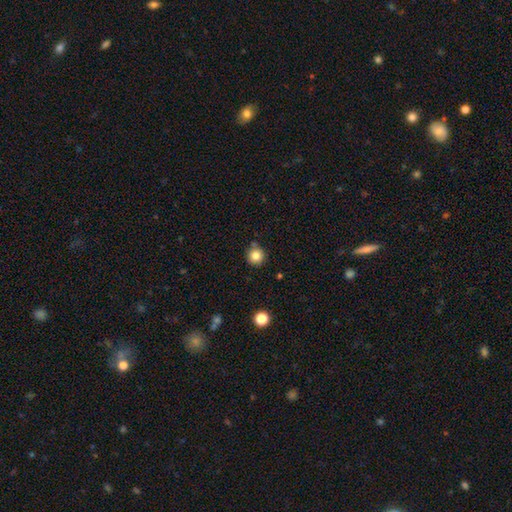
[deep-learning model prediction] Smooth or featured? Predicted: smooth (p=0.82). How rounded? Predicted: round (p=0.95). Merging? Predicted: none (p=0.81).